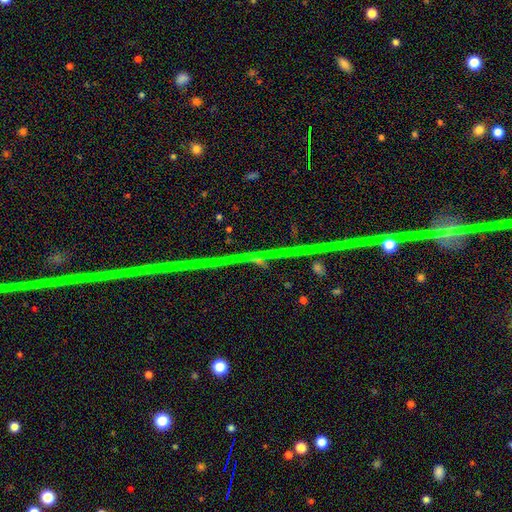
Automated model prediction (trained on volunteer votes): A star or artifact, not a galaxy (83%).